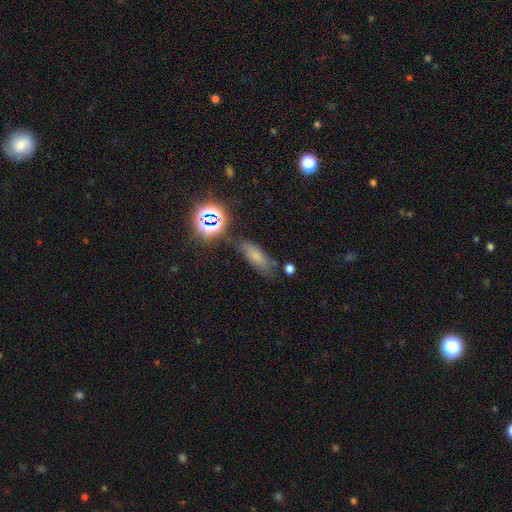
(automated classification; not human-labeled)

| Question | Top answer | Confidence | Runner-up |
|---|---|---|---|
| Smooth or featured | smooth | 67% | star or artifact (19%) |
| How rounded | in between | 64% | cigar-shaped (30%) |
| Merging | none | 66% | minor disturbance (20%) |